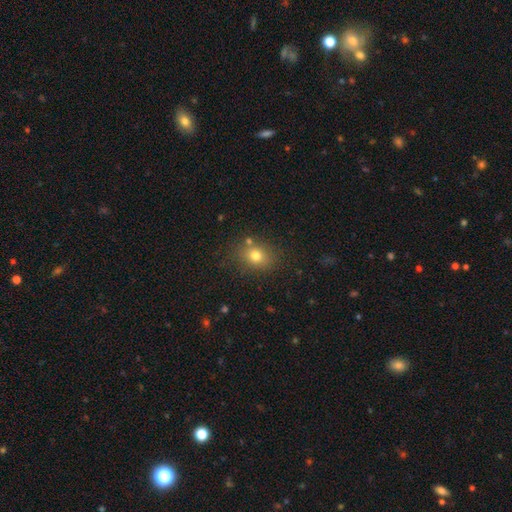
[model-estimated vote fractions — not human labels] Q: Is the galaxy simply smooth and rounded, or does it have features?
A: smooth — 75%.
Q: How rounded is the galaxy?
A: round — 53%.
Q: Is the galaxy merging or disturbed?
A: none — 77%.